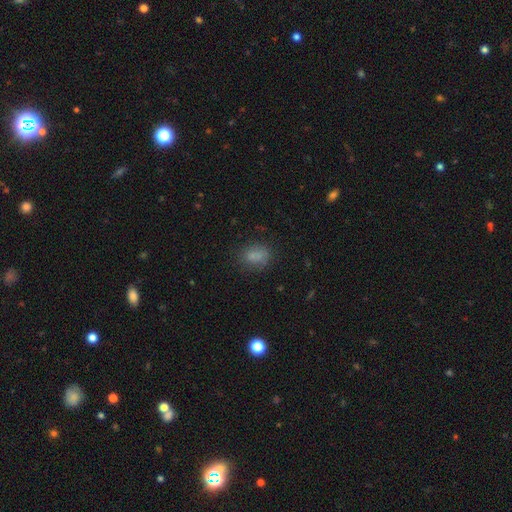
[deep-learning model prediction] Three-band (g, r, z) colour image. It shows a smooth galaxy with no disk features (77%) that is in between round and cigar-shaped (62%). Merging: none (71%).